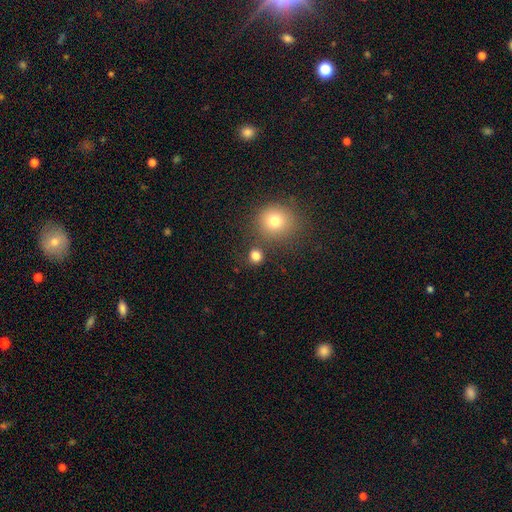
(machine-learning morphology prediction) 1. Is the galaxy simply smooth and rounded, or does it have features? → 80% smooth, 15% star or artifact, 5% featured or disk.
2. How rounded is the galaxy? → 87% round, 12% in between, 1% cigar-shaped.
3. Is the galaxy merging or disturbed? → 78% none, 10% merger, 8% minor disturbance, 4% major disturbance.